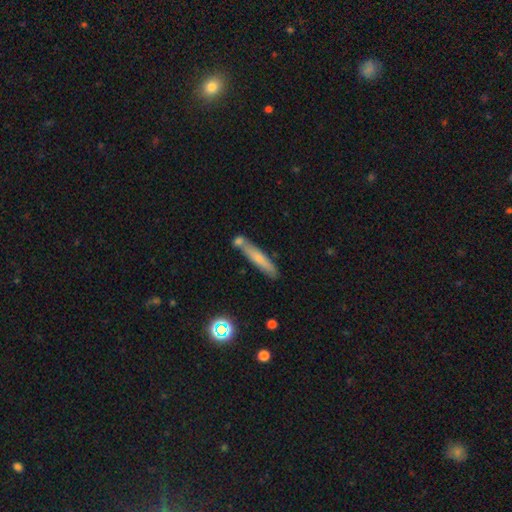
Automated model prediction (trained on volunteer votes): Overall: smooth (59%; featured or disk 30%). How rounded: cigar-shaped (91%). Merging: none (72%).